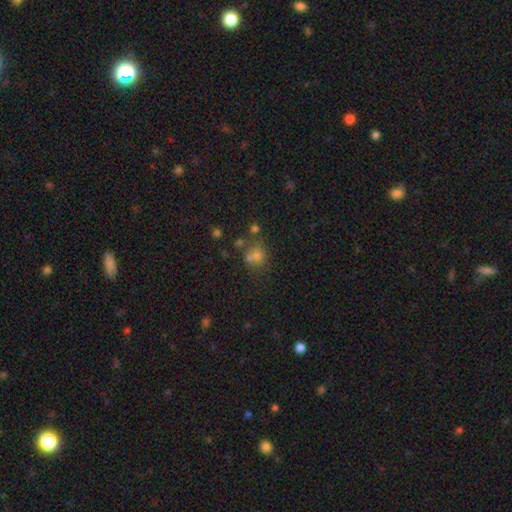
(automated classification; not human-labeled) Q: Smooth or featured?
A: smooth (62%); runner-up: star or artifact (24%)
Q: How rounded?
A: round (73%); runner-up: in between (25%)
Q: Merging?
A: none (48%); runner-up: merger (34%)